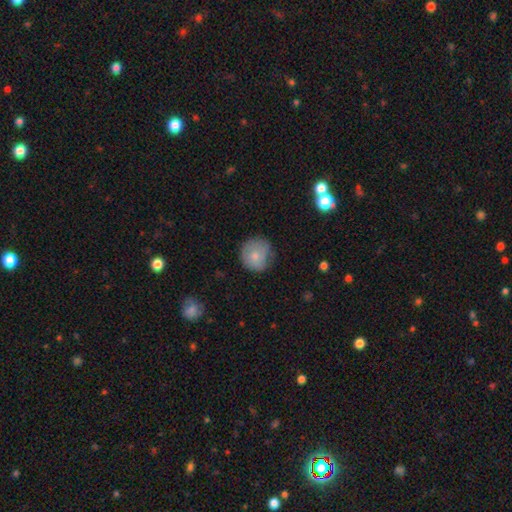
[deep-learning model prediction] A smooth galaxy with no disk features (76%) that is round (91%).

Vote fractions:
- Smooth or featured? smooth: 76% / featured or disk: 17% / star or artifact: 7%
- How rounded? round: 91% / in between: 8% / cigar-shaped: 1%
- Merging? none: 68% / minor disturbance: 24% / major disturbance: 6% / merger: 2%